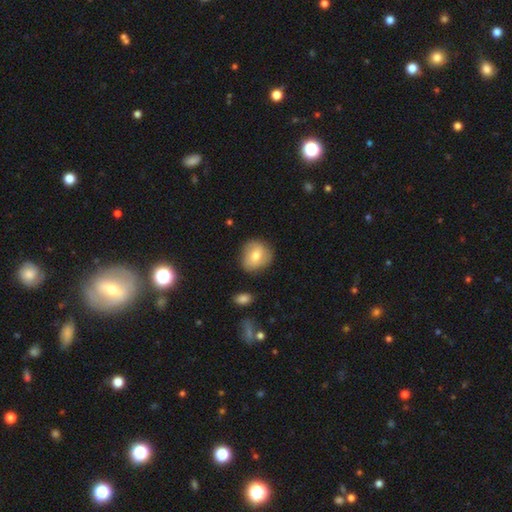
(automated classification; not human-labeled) Smooth or featured?
  - smooth: 66% *
  - featured or disk: 26%
  - star or artifact: 8%
How rounded?
  - round: 79% *
  - in between: 20%
  - cigar-shaped: 1%
Merging?
  - none: 76% *
  - minor disturbance: 18%
  - major disturbance: 4%
  - merger: 2%